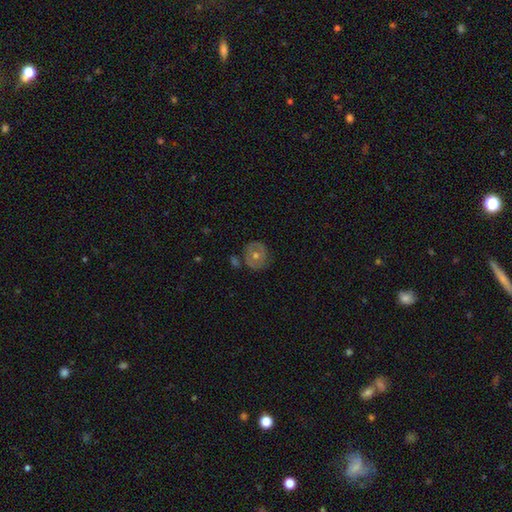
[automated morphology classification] type=featured or disk (61%); edge-on=no (96%); bar=no (85%); spiral arms=no (51%); bulge=moderate (66%); merging=none (79%).